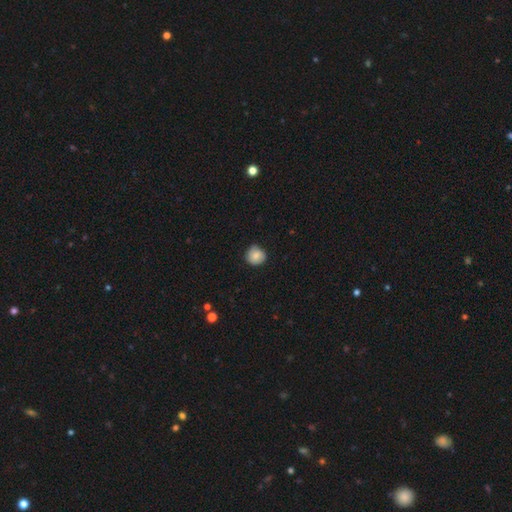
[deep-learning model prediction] A smooth galaxy with no disk features (81%) that is round (89%). Merging: none (80%).